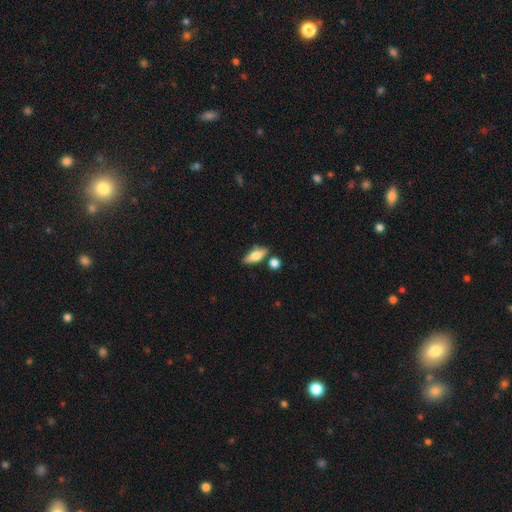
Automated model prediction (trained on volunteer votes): Q: Smooth or featured?
A: smooth (60%); runner-up: featured or disk (32%)
Q: How rounded?
A: in between (71%); runner-up: cigar-shaped (24%)
Q: Merging?
A: none (73%); runner-up: minor disturbance (14%)